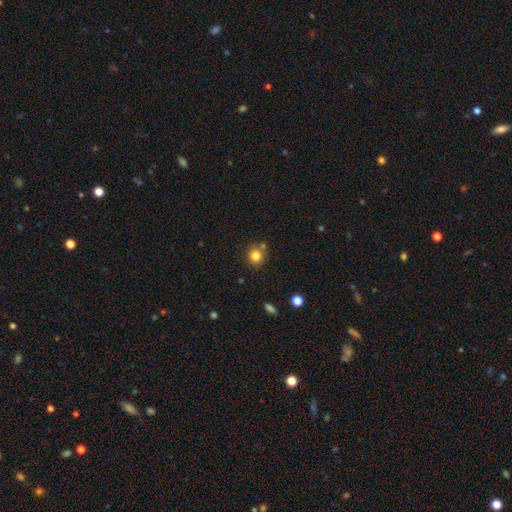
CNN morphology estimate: A smooth galaxy with no disk features (81%) that is round (89%). Merging: none (73%).